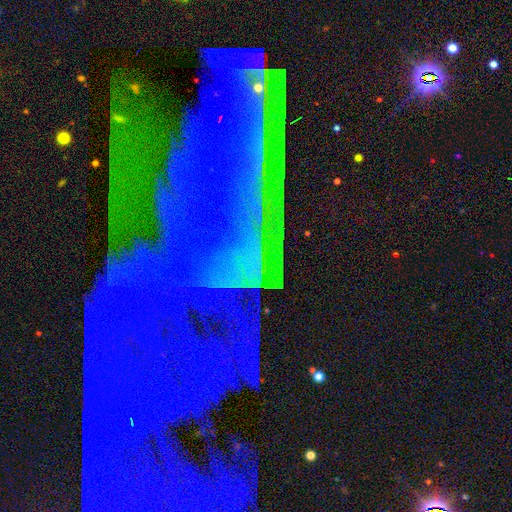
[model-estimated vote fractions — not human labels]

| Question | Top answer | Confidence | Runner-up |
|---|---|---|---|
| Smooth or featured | star or artifact | 75% | featured or disk (16%) |